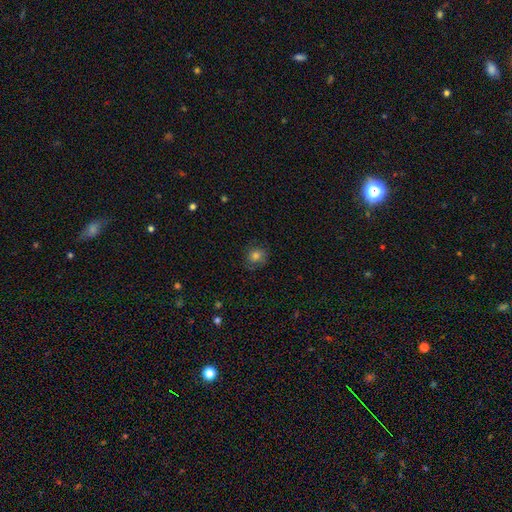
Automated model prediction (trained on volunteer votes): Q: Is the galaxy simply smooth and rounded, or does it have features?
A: smooth — 80%.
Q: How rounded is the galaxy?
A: round — 76%.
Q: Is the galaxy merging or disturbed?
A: none — 79%.